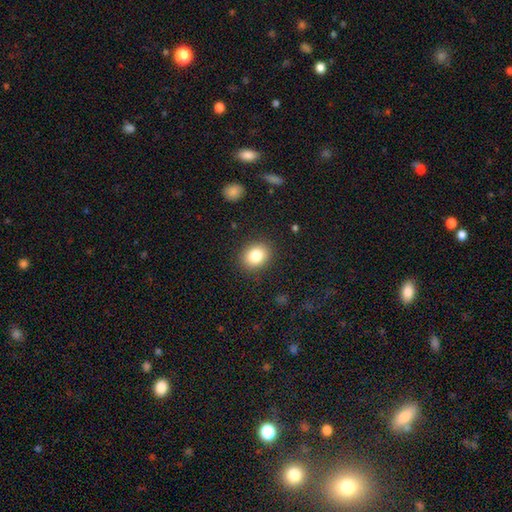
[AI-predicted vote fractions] Overall: smooth (82%). How rounded: round (58%; in between 42%). Merging: none (89%).